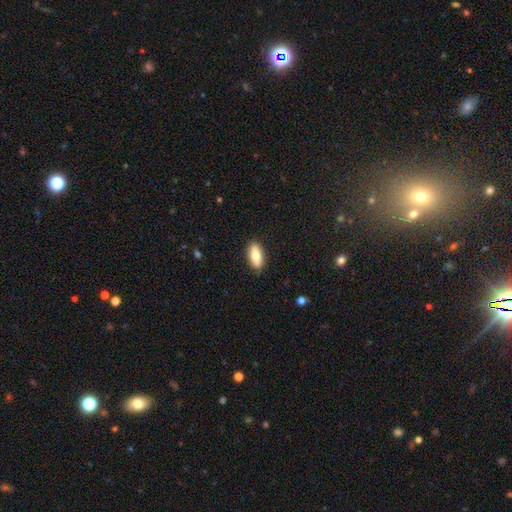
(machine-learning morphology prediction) Overall: smooth (74%). How rounded: in between (86%). Merging: none (87%).